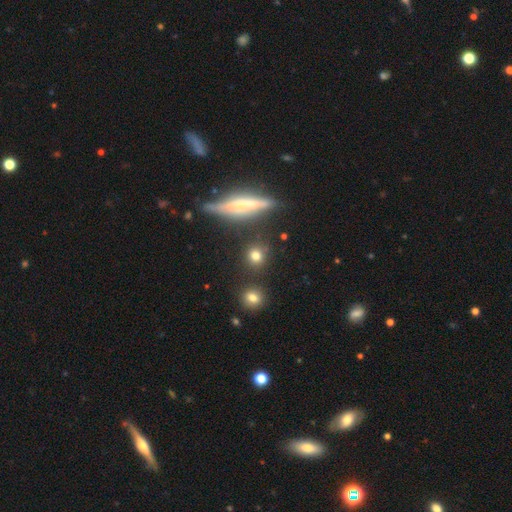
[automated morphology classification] A smooth galaxy with no disk features (78%) that is round (82%).

Vote fractions:
- Smooth or featured? smooth: 78% / star or artifact: 11% / featured or disk: 11%
- How rounded? round: 82% / in between: 13% / cigar-shaped: 5%
- Merging? none: 86% / minor disturbance: 7% / merger: 4% / major disturbance: 3%